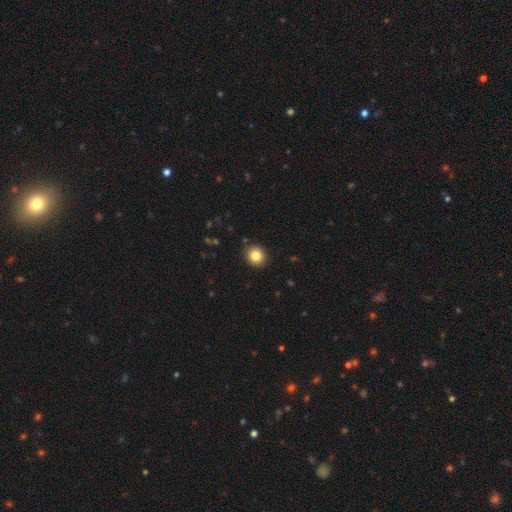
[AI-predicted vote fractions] smooth-or-featured: smooth: 83% | star or artifact: 11% | featured or disk: 7%
  how-rounded: round: 85% | in between: 14% | cigar-shaped: 1%
  merging: none: 91% | minor disturbance: 6% | major disturbance: 2% | merger: 1%